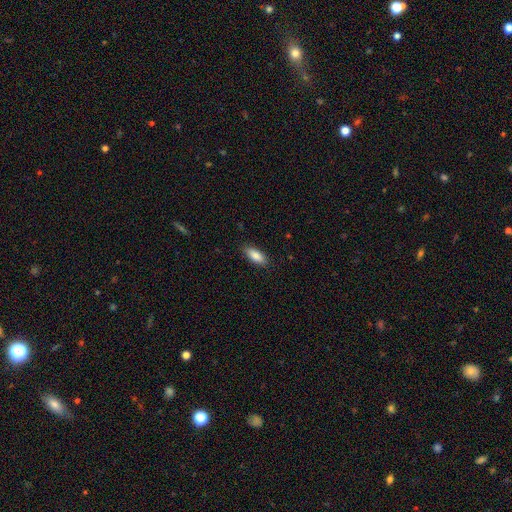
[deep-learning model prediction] Smooth or featured? Predicted: smooth (p=0.86). How rounded? Predicted: in between (p=0.76). Merging? Predicted: none (p=0.86).